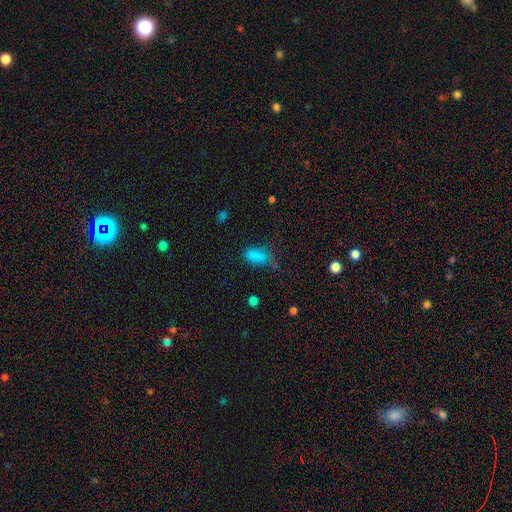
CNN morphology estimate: Smooth or featured?
  - smooth: 80% *
  - star or artifact: 14%
  - featured or disk: 6%
How rounded?
  - in between: 88% *
  - cigar-shaped: 7%
  - round: 6%
Merging?
  - none: 51% *
  - minor disturbance: 29%
  - major disturbance: 16%
  - merger: 4%